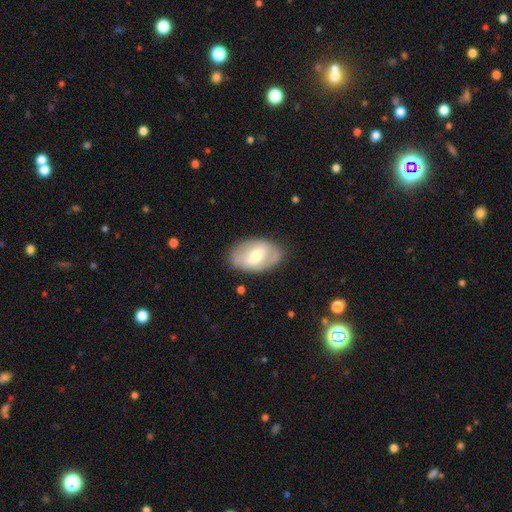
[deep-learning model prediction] A featured or disk galaxy (51%). Merging: none (78%).